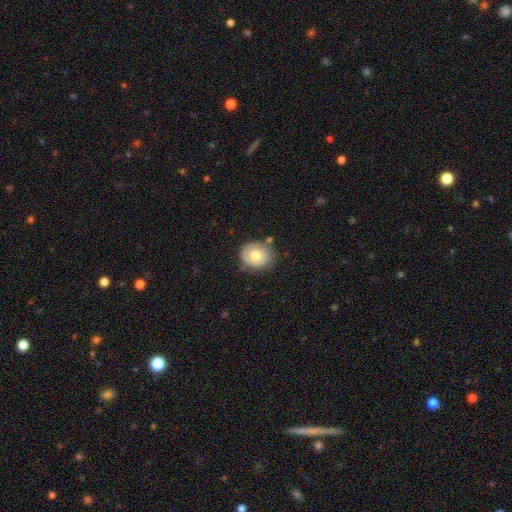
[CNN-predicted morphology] The model was most divided on "how rounded": round: 70%, in between: 29%, cigar-shaped: 1%. More confident: merging — none (75%); smooth or featured — smooth (74%).